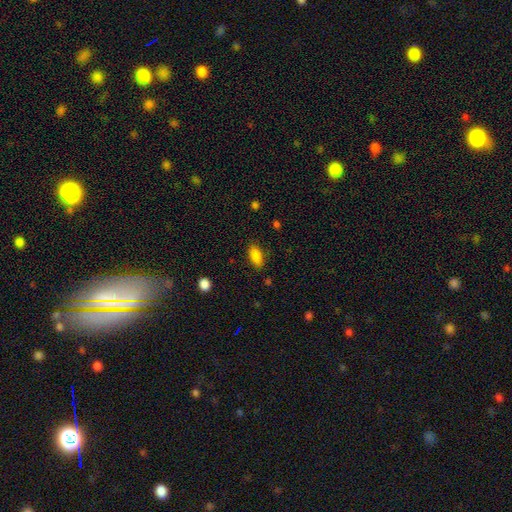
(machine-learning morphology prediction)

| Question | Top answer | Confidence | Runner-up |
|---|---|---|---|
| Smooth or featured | smooth | 86% | star or artifact (8%) |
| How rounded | in between | 85% | cigar-shaped (12%) |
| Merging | none | 85% | minor disturbance (11%) |